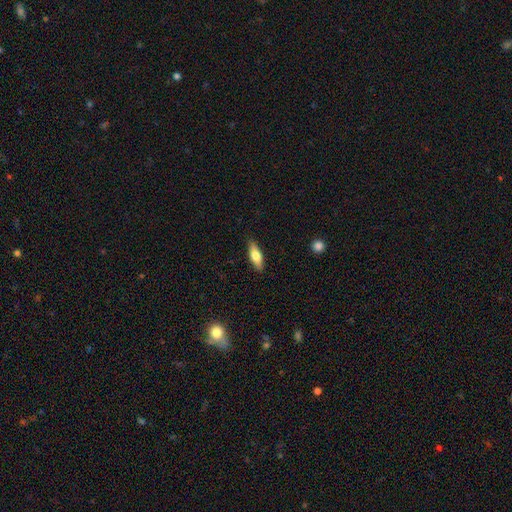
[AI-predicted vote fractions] Smooth or featured?
  - smooth: 71% *
  - featured or disk: 22%
  - star or artifact: 6%
How rounded?
  - in between: 59% *
  - cigar-shaped: 39%
  - round: 2%
Merging?
  - none: 86% *
  - minor disturbance: 11%
  - major disturbance: 2%
  - merger: 1%